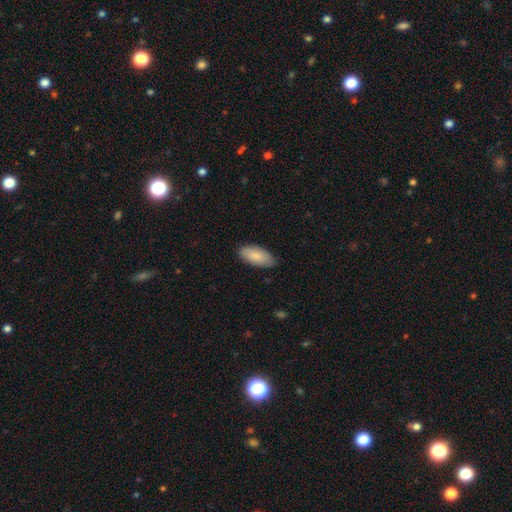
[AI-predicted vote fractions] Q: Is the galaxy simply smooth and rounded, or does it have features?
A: smooth — 87%.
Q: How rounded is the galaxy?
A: in between — 91%.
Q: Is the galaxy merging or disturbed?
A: none — 84%.